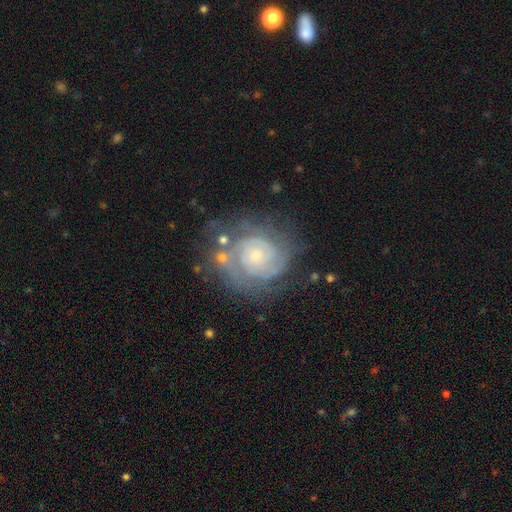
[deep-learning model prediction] Overall: featured or disk (82%). Edge-on disk: no (98%). Bar: no (76%). Spiral arms: yes (93%). Spiral arm count: 2 (33%, tied with can't tell). Spiral winding: tight (74%). Bulge size: small (61%; moderate 32%). Merging: none (67%).